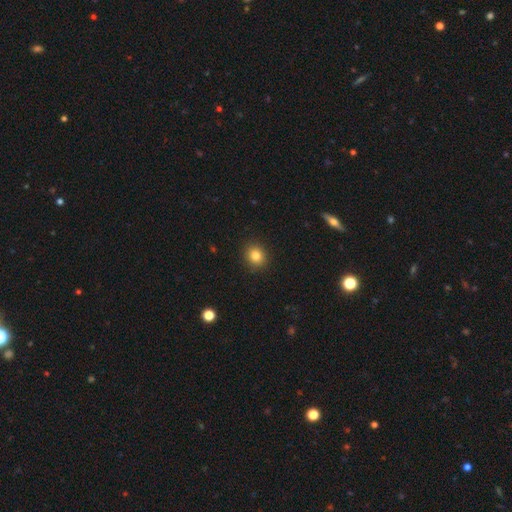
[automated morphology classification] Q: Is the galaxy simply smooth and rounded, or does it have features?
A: smooth — 82%.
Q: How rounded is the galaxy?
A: round — 79%.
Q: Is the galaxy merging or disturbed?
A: none — 91%.